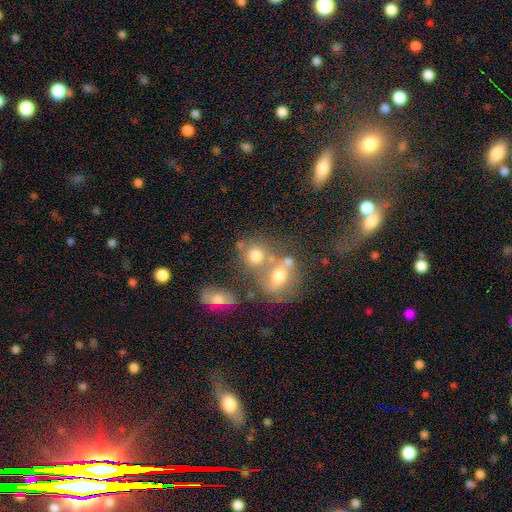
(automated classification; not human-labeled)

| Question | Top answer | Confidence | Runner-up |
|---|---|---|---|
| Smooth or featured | smooth | 66% | featured or disk (20%) |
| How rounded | round | 71% | in between (28%) |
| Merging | none | 41% | tied: merger (41%) |